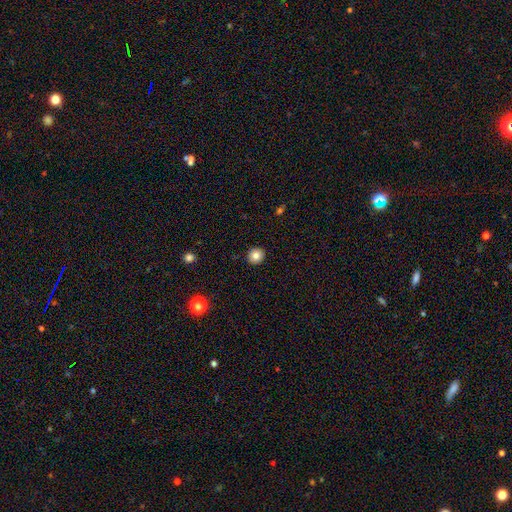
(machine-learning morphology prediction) Smooth or featured?
  - smooth: 82% *
  - star or artifact: 10%
  - featured or disk: 8%
How rounded?
  - round: 89% *
  - in between: 11%
  - cigar-shaped: 1%
Merging?
  - none: 92% *
  - minor disturbance: 5%
  - major disturbance: 2%
  - merger: 1%